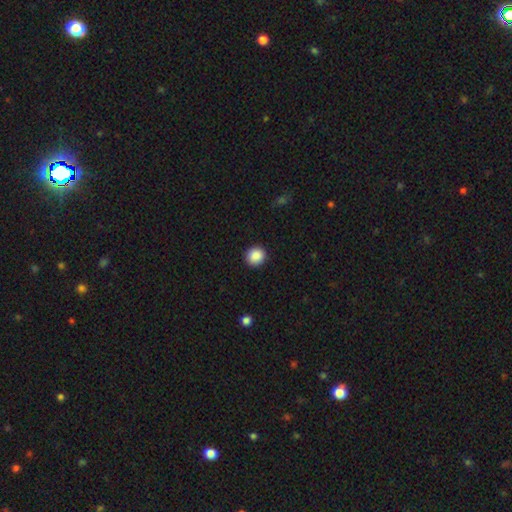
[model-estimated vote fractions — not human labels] A smooth galaxy with no disk features (88%) that is round (89%). Merging: none (91%).